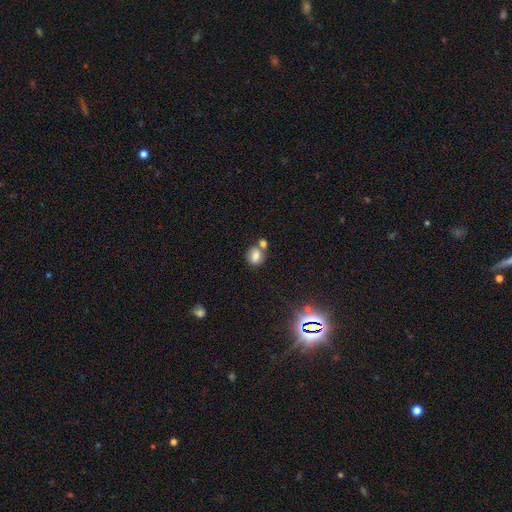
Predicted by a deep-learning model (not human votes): This is likely a smooth galaxy (77%). How rounded: likely round (61%). Merging: possibly none (54%).